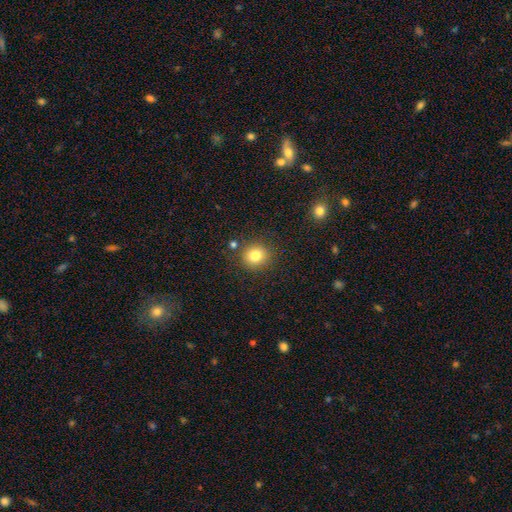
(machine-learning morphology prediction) Smooth or featured? Predicted: smooth (p=0.64). How rounded? Predicted: round (p=0.89). Merging? Predicted: none (p=0.88).